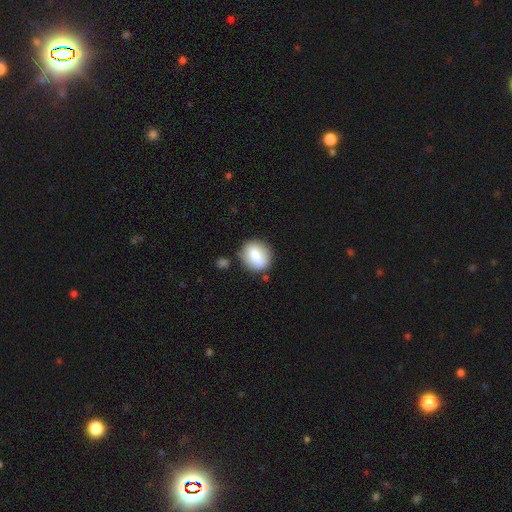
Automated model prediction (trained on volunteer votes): Overall: smooth (79%). How rounded: round (63%; in between 35%). Merging: none (76%).